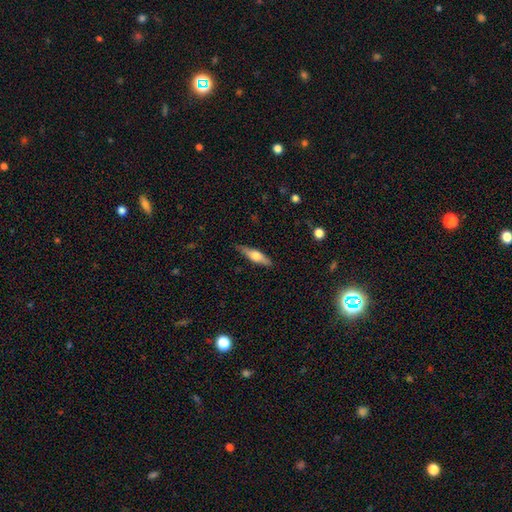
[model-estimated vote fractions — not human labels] Morphology: type=smooth (52%); roundness=cigar-shaped (70%); merging=none (85%).